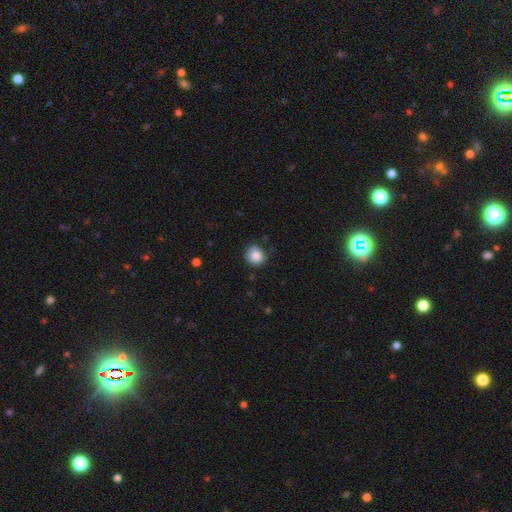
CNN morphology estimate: Smooth or featured?
  - smooth: 86% *
  - star or artifact: 9%
  - featured or disk: 6%
How rounded?
  - round: 81% *
  - in between: 18%
  - cigar-shaped: 1%
Merging?
  - none: 77% *
  - minor disturbance: 18%
  - major disturbance: 3%
  - merger: 2%